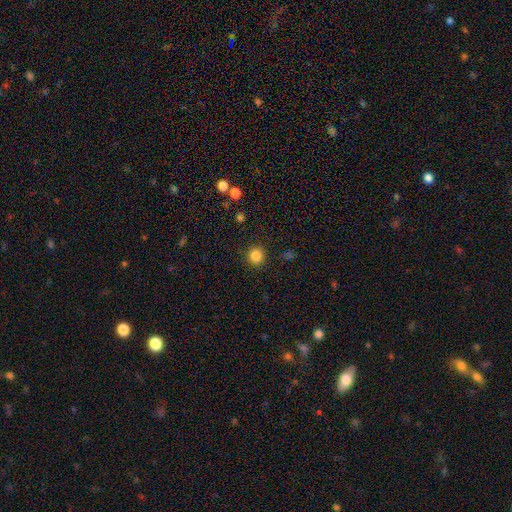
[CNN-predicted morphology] Q: Smooth or featured?
A: smooth (84%); runner-up: star or artifact (12%)
Q: How rounded?
A: round (91%); runner-up: in between (8%)
Q: Merging?
A: none (90%); runner-up: minor disturbance (7%)